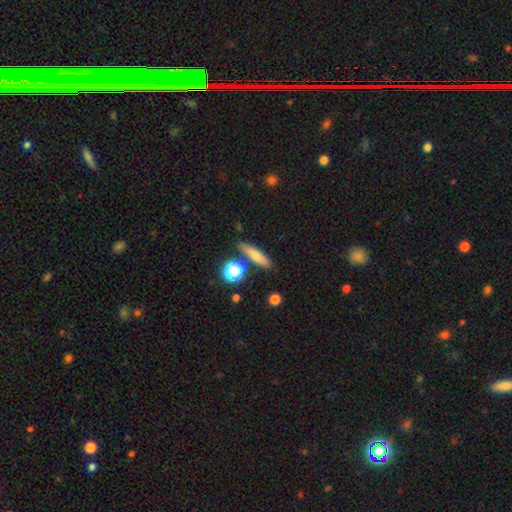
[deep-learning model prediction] Smooth or featured? Predicted: smooth (p=0.68). How rounded? Predicted: cigar-shaped (p=0.65). Merging? Predicted: none (p=0.77).